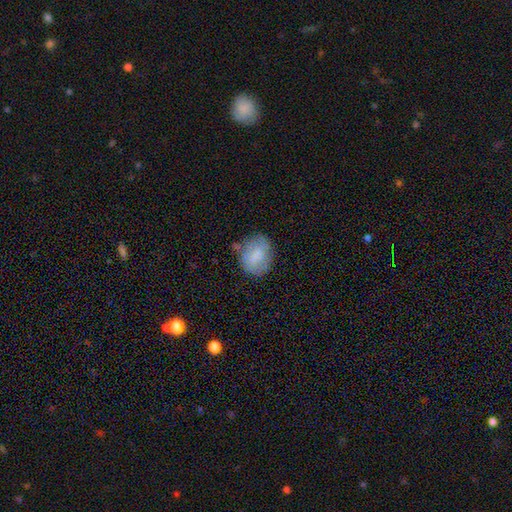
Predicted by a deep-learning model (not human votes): Overall: smooth (68%). How rounded: in between (56%; round 43%). Merging: none (60%; minor disturbance 27%).